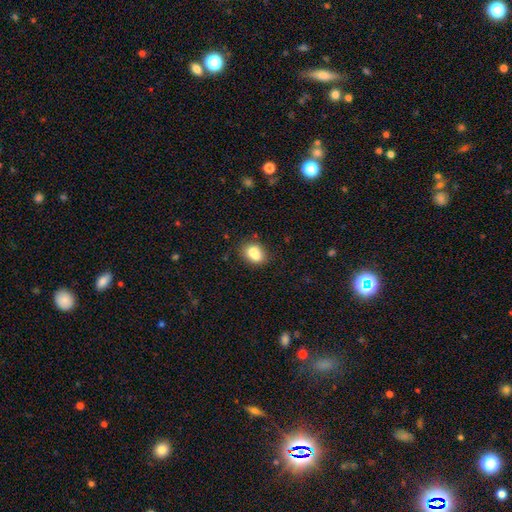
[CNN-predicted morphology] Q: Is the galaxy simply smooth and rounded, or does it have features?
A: smooth — 77%.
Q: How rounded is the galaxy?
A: in between — 61%.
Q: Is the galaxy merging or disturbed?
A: none — 52%.